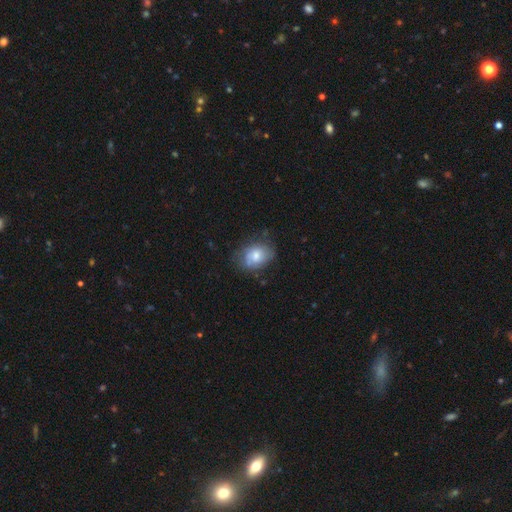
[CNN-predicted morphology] Smooth or featured? Predicted: smooth (p=0.59). How rounded? Predicted: in between (p=0.67). Merging? Predicted: none (p=0.60).